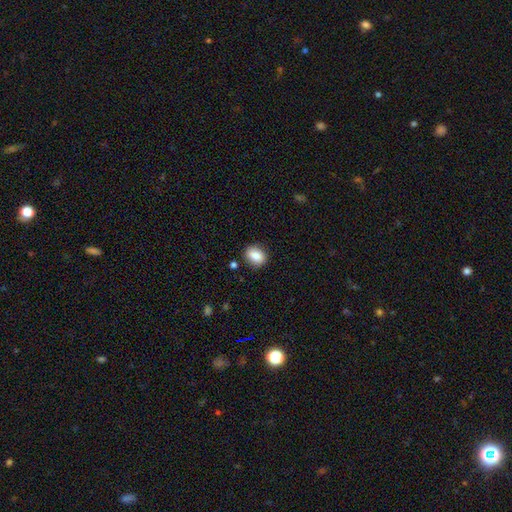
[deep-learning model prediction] smooth 86%, star or artifact 8%, featured or disk 6%. Down the decision tree: how rounded — in between (60%); merging — none (84%).